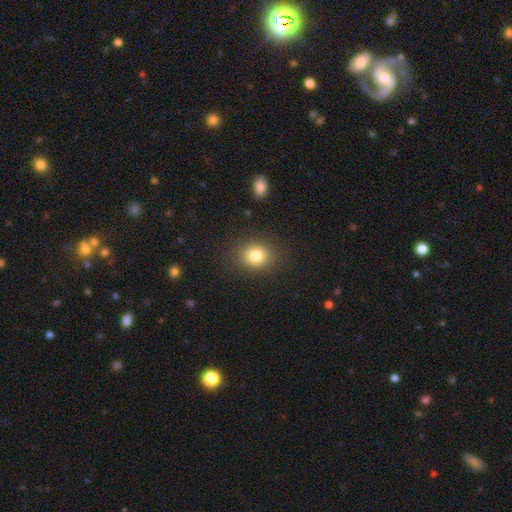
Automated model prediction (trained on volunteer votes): Smooth or featured?
  - smooth: 82% *
  - star or artifact: 11%
  - featured or disk: 8%
How rounded?
  - round: 68% *
  - in between: 32%
  - cigar-shaped: 1%
Merging?
  - none: 86% *
  - minor disturbance: 9%
  - major disturbance: 4%
  - merger: 2%